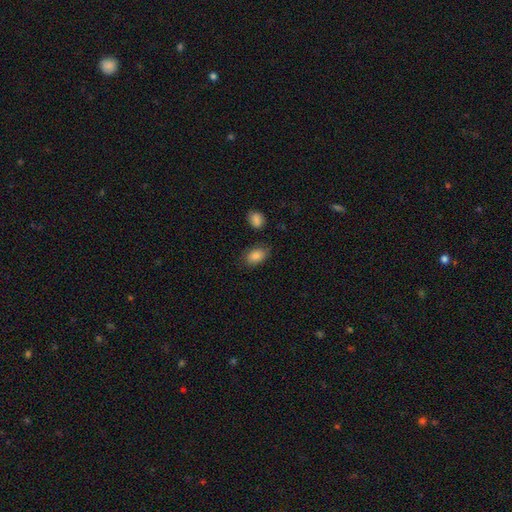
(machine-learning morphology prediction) smooth-or-featured: smooth: 86% | star or artifact: 8% | featured or disk: 6%
  how-rounded: in between: 87% | round: 11% | cigar-shaped: 1%
  merging: none: 78% | minor disturbance: 15% | major disturbance: 3% | merger: 3%